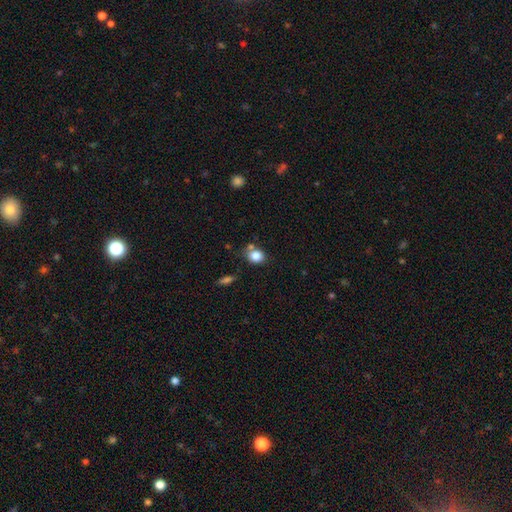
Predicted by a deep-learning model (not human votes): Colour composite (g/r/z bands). It shows a smooth galaxy with no disk features (83%) that is round (63%). Merging: none (65%).